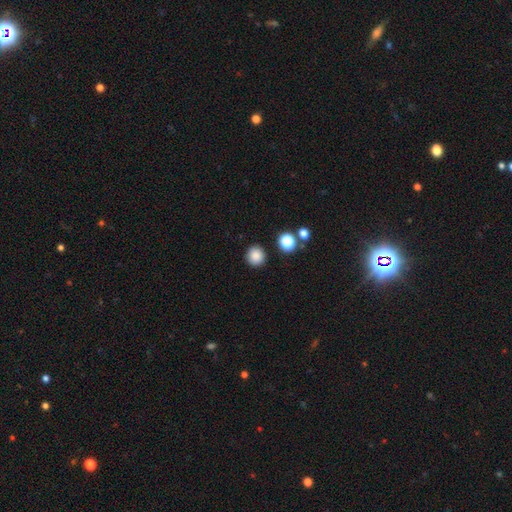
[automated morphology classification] Overall: smooth (86%). How rounded: round (92%). Merging: none (89%).